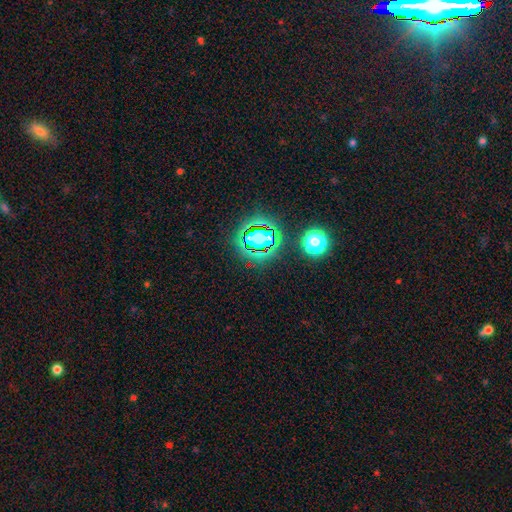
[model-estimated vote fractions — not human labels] Morphology: type=star or artifact (79%).